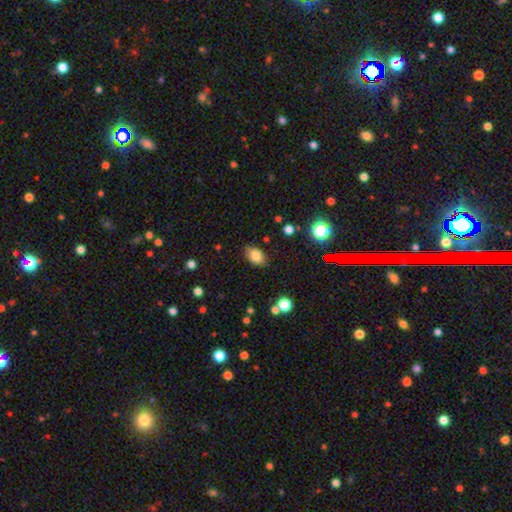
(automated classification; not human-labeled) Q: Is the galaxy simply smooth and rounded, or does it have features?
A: smooth — 82%.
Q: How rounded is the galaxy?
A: in between — 83%.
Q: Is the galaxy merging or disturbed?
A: none — 83%.